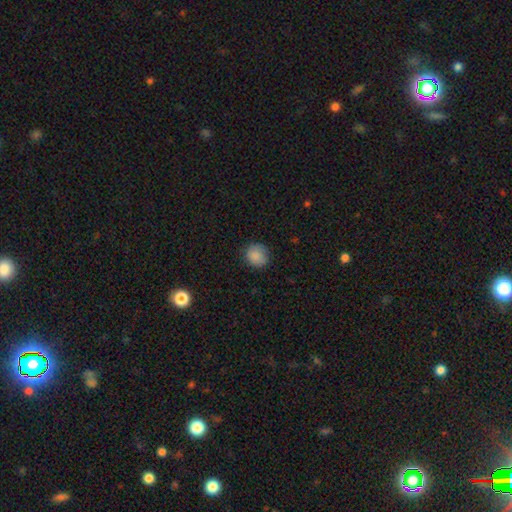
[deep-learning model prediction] This appears to be a smooth galaxy with no disk features (87%) that is round (85%). Merging: none (81%).